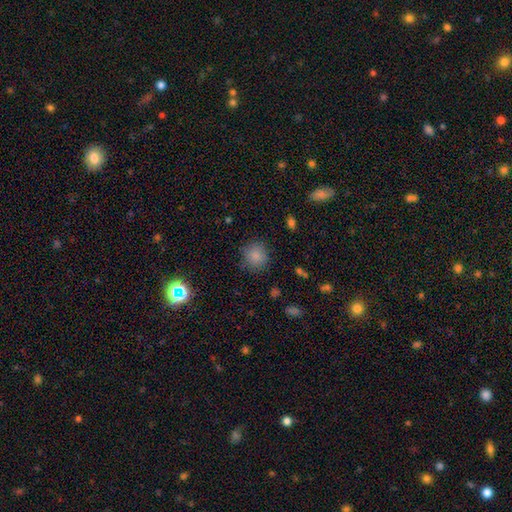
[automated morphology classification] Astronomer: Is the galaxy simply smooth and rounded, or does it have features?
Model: smooth — 83%.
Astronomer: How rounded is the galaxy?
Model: round — 89%.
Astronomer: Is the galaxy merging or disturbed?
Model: none — 84%.